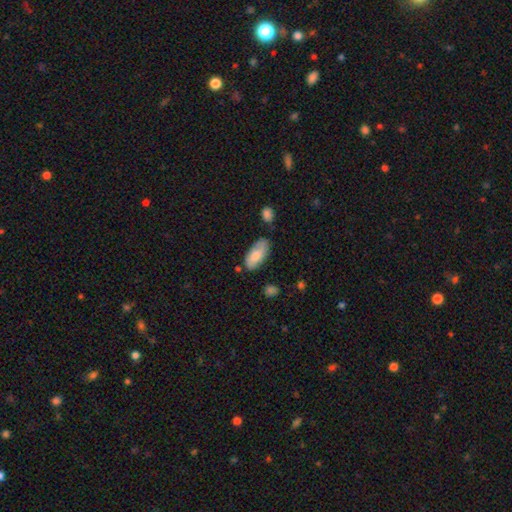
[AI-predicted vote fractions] Smooth or featured? smooth (80%)
How rounded? in between (90%)
Merging? none (67%)